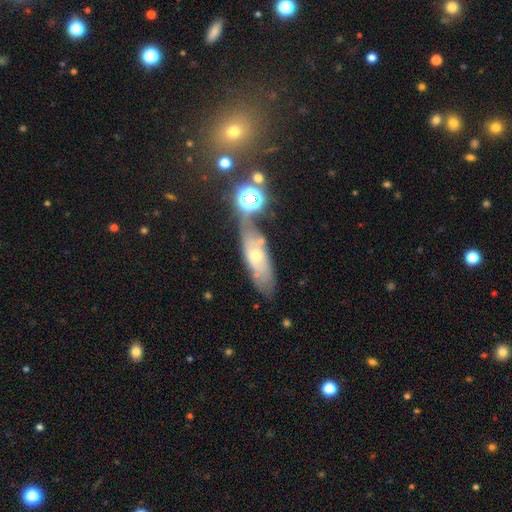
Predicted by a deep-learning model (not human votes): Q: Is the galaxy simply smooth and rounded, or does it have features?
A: featured or disk — 49%.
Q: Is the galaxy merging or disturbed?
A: none — 50%.